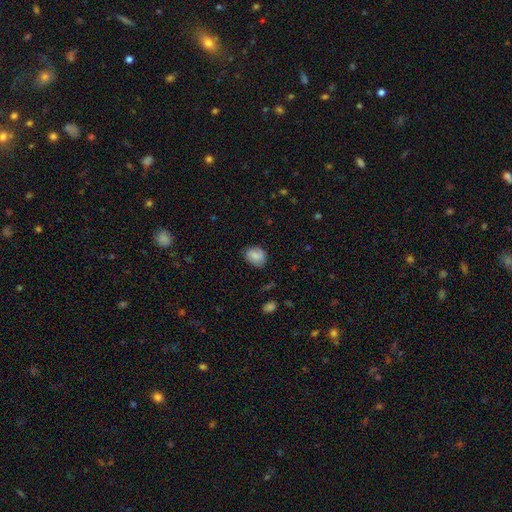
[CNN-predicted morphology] Smooth or featured? Predicted: smooth (p=0.79). How rounded? Predicted: in between (p=0.60). Merging? Predicted: none (p=0.74).